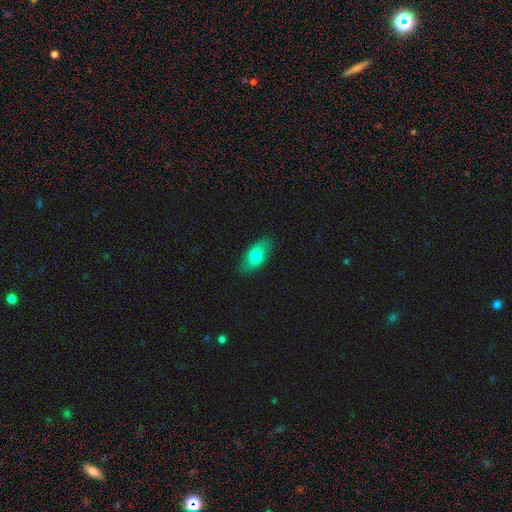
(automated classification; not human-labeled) Smooth or featured? Predicted: smooth (p=0.76). How rounded? Predicted: in between (p=0.90). Merging? Predicted: none (p=0.86).